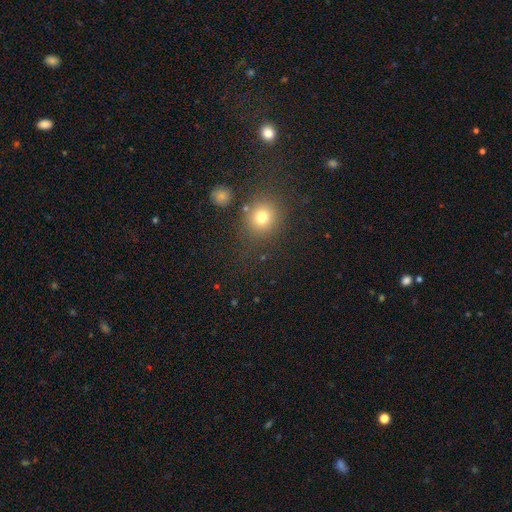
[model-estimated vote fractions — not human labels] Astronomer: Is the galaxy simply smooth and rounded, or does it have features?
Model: smooth — 58% (runner-up: star or artifact, 34%).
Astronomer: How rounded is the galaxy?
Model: round — 83%.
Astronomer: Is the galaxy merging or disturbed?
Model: none — 78%.